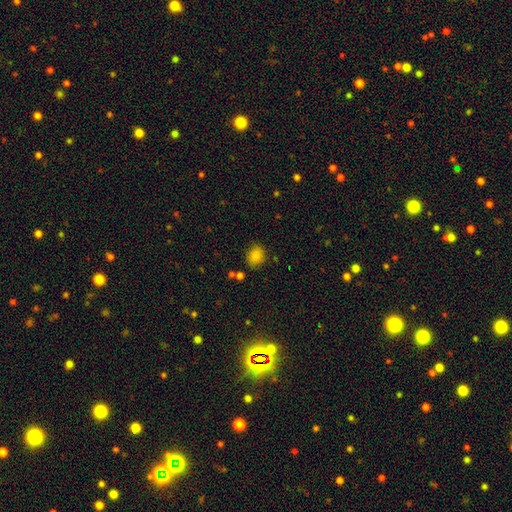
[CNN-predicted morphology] type=smooth (83%); roundness=round (55%); merging=none (81%).